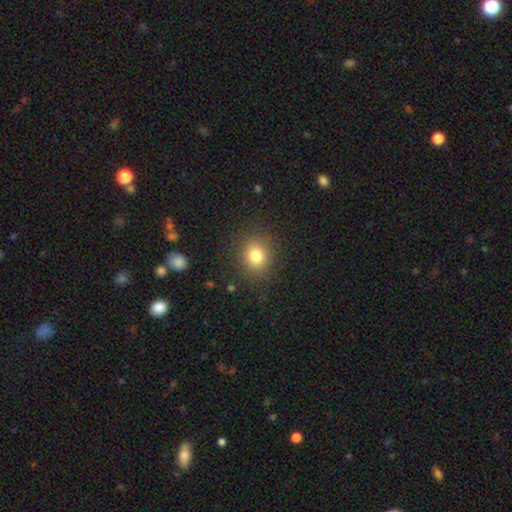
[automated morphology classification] Smooth or featured? smooth (80%)
How rounded? round (79%)
Merging? none (87%)